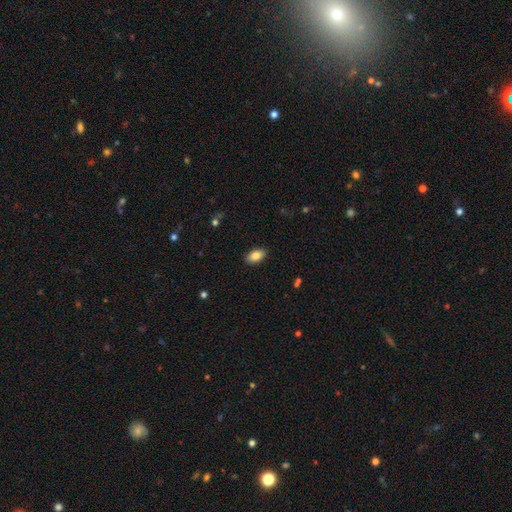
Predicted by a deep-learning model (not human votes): This appears to be a smooth galaxy with no disk features (86%) that is in between round and cigar-shaped (93%). Merging: none (89%).